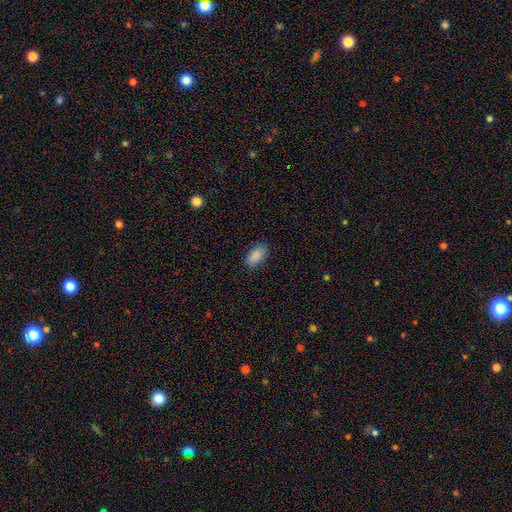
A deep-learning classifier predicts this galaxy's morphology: Smooth or featured: smooth — 89% (star or artifact — 7%)
How rounded: in between — 93% (round — 4%)
Merging: none — 86% (minor disturbance — 10%)